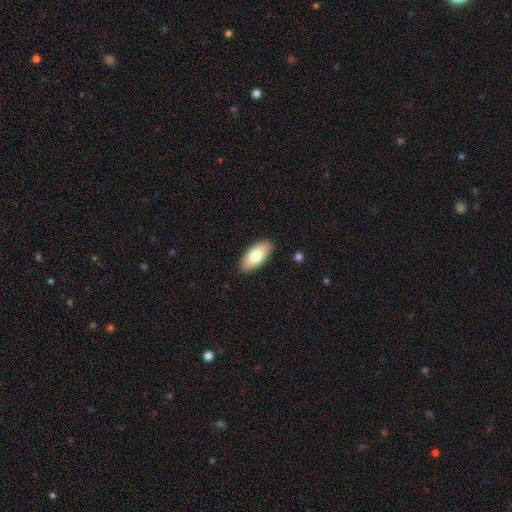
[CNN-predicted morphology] Smooth or featured? smooth (76%)
How rounded? in between (89%)
Merging? none (87%)